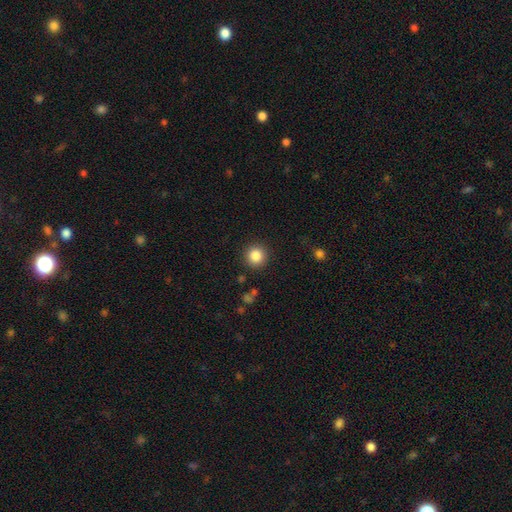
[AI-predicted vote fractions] Smooth or featured? Predicted: smooth (p=0.86). How rounded? Predicted: round (p=0.93). Merging? Predicted: none (p=0.90).